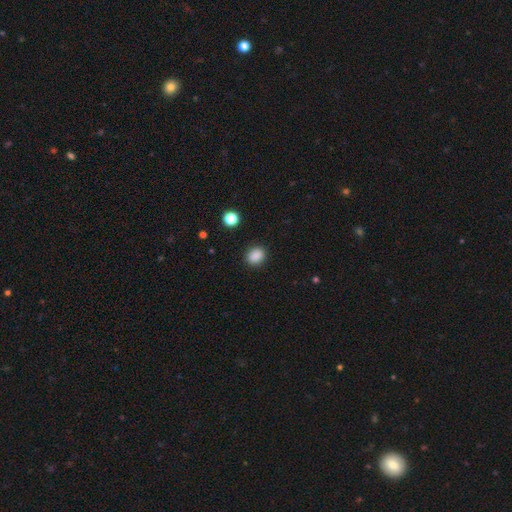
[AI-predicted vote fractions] Smooth or featured: smooth — 87% (star or artifact — 10%)
How rounded: round — 52% (in between — 46%)
Merging: none — 87% (minor disturbance — 9%)